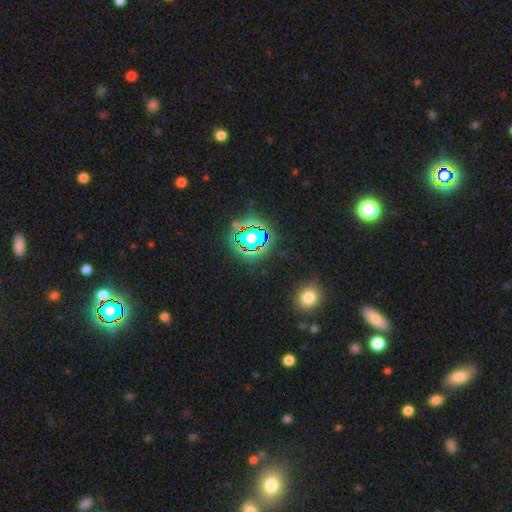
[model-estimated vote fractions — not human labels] This appears to be a star or artifact, not a galaxy (73%).